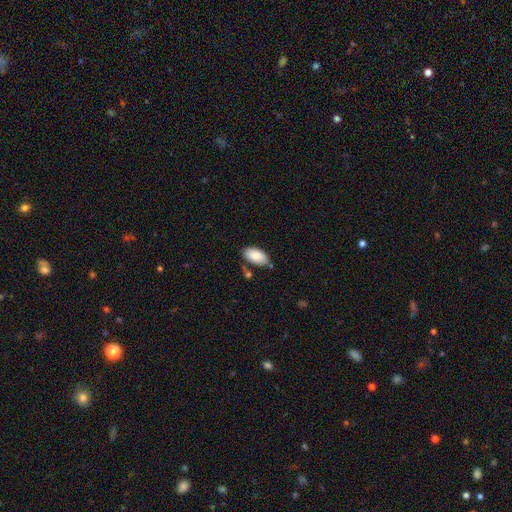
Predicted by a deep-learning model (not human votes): A smooth galaxy with no disk features (86%) that is in between round and cigar-shaped (95%).

Vote fractions:
- Smooth or featured? smooth: 86% / featured or disk: 8% / star or artifact: 6%
- How rounded? in between: 95% / cigar-shaped: 2% / round: 2%
- Merging? none: 70% / minor disturbance: 19% / merger: 7% / major disturbance: 4%